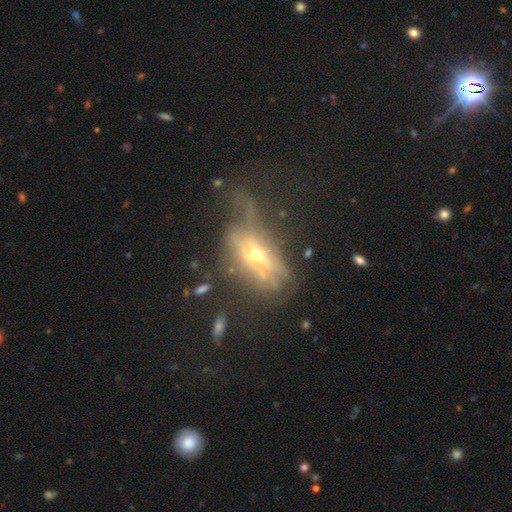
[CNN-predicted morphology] A featured or disk galaxy (58%). Merging: major disturbance (43%).